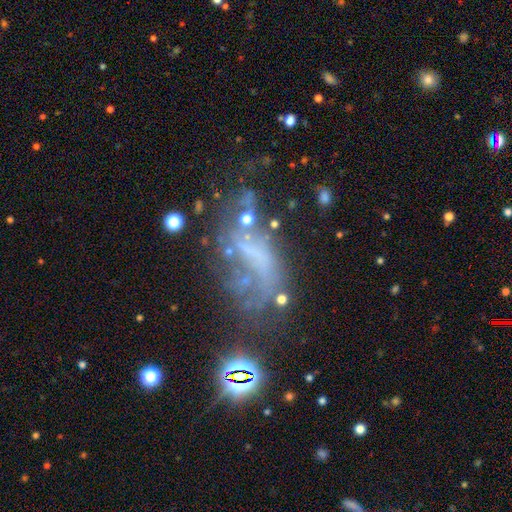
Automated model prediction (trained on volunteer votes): Smooth or featured? Predicted: featured or disk (p=0.48). Merging? Predicted: major disturbance (p=0.40).